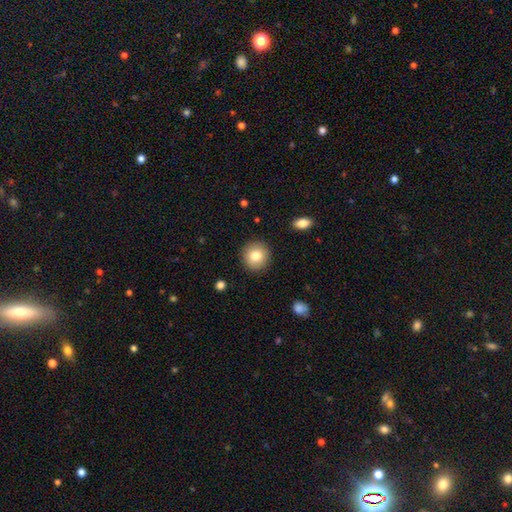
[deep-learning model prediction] Smooth or featured? smooth (81%)
How rounded? round (92%)
Merging? none (91%)